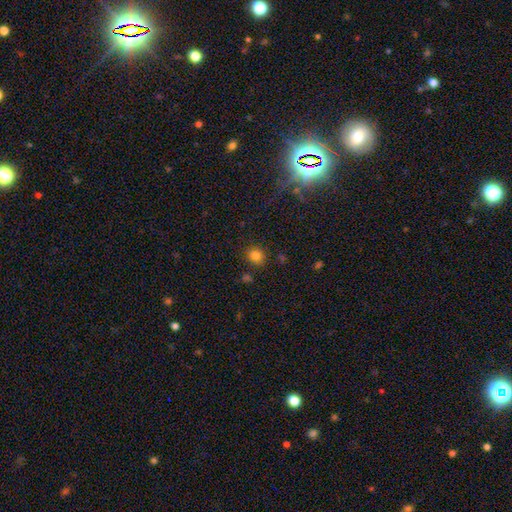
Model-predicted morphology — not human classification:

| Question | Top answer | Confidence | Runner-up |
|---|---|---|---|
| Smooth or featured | smooth | 79% | star or artifact (15%) |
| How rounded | round | 83% | in between (16%) |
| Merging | none | 85% | minor disturbance (9%) |